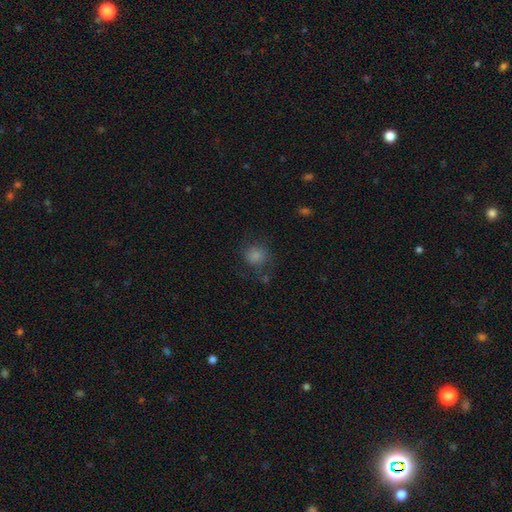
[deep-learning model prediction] Smooth or featured? smooth (81%)
How rounded? round (82%)
Merging? none (63%)